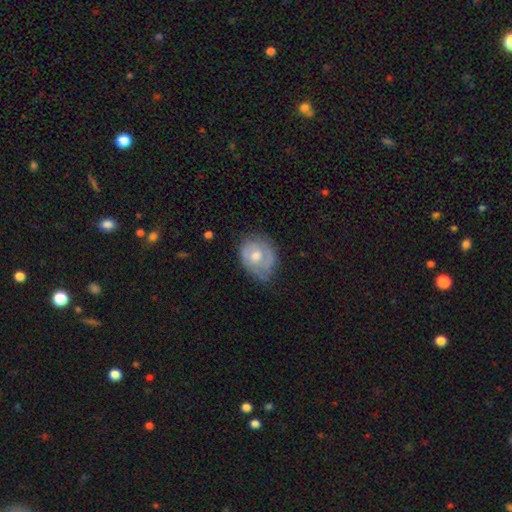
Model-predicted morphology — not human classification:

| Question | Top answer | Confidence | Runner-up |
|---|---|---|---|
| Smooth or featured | featured or disk | 48% | smooth (45%) |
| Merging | none | 55% | minor disturbance (33%) |